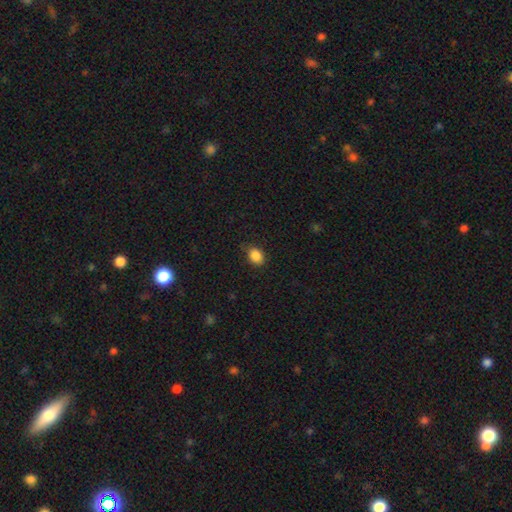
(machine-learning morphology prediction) The model was most divided on "how rounded": in between: 69%, round: 29%, cigar-shaped: 1%. More confident: smooth or featured — smooth (87%); merging — none (77%).